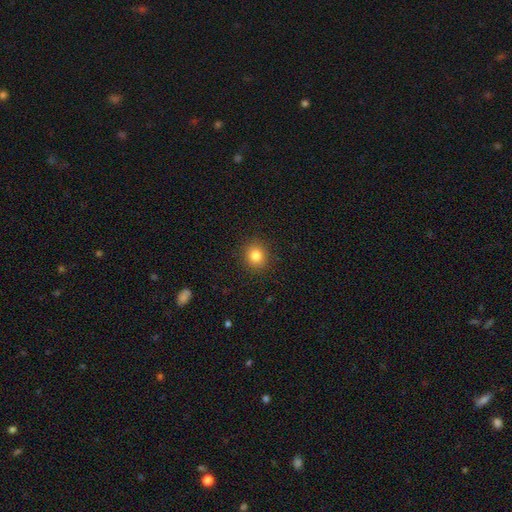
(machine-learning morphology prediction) Q: Smooth or featured?
A: smooth (83%); runner-up: star or artifact (11%)
Q: How rounded?
A: round (85%); runner-up: in between (14%)
Q: Merging?
A: none (91%); runner-up: minor disturbance (6%)